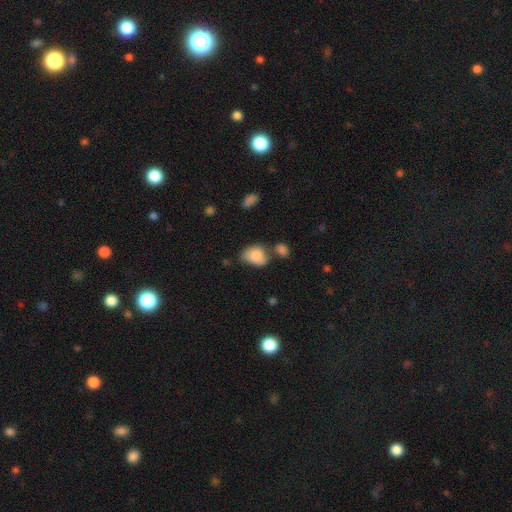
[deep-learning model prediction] Smooth or featured: smooth — 84% (featured or disk — 9%)
How rounded: in between — 78% (round — 21%)
Merging: none — 39% (minor disturbance — 28%)